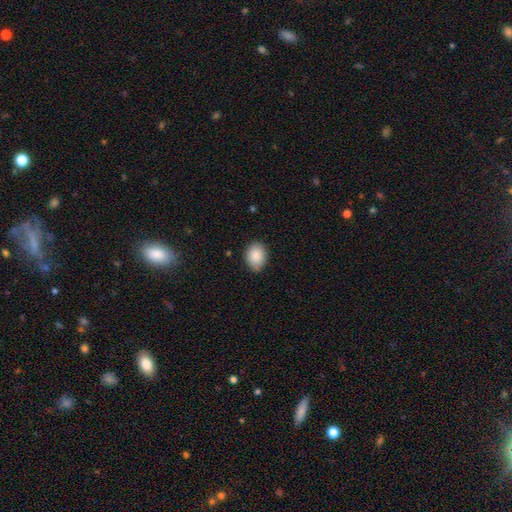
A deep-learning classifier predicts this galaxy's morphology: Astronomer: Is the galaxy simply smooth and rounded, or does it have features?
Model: smooth — 88%.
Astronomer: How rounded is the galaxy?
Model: in between — 63%.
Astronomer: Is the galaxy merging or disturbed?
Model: none — 81%.